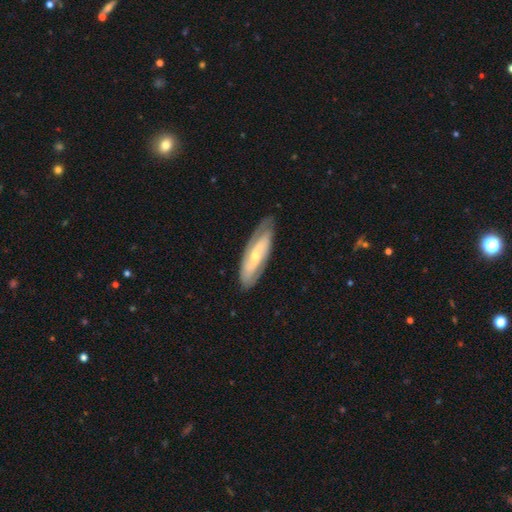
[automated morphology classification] Smooth or featured? featured or disk (74%)
Edge-on disk? no (83%)
Bar? no (47%)
Spiral arms? yes (89%)
Spiral winding? tight (43%)
Spiral arm count? 2 (68%)
Bulge size? small (57%)
Merging? none (78%)